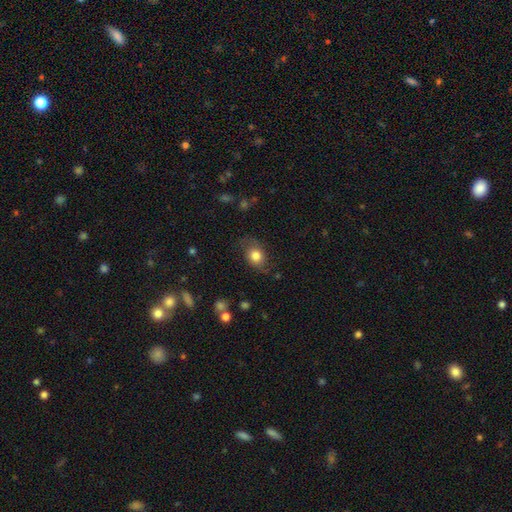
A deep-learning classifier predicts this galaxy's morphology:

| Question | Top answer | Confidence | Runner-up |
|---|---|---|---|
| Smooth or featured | smooth | 74% | featured or disk (17%) |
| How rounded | in between | 59% | round (39%) |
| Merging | none | 67% | minor disturbance (22%) |